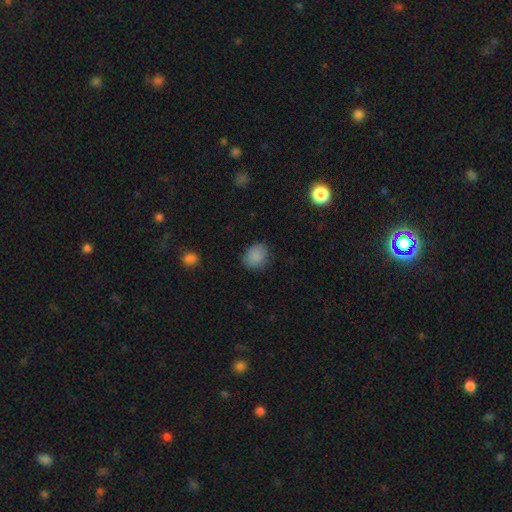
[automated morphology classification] type=smooth (85%); roundness=round (59%); merging=none (79%).